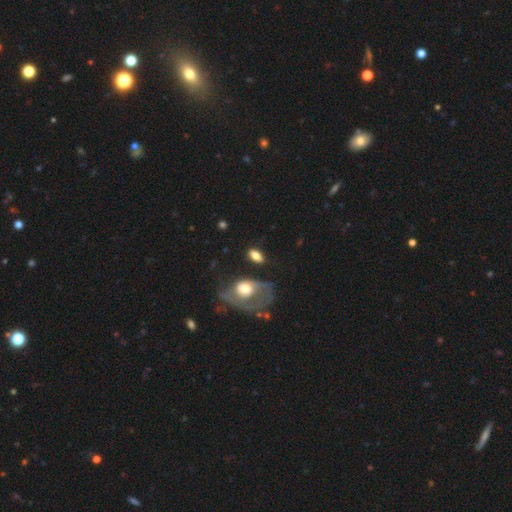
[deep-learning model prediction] smooth 72%, featured or disk 20%, star or artifact 8%. Down the decision tree: how rounded — in between (85%); merging — none (63%).